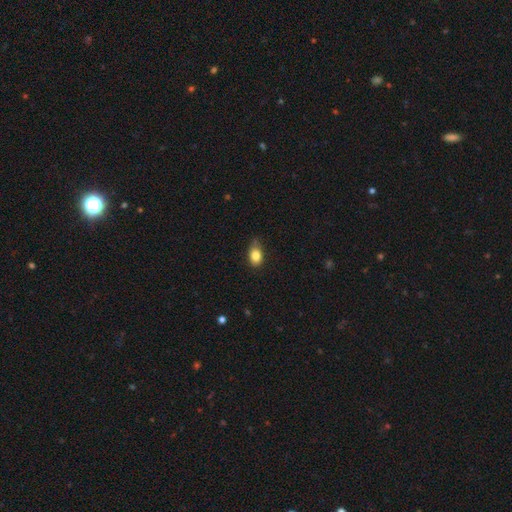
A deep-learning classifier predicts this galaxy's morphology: Overall: smooth (84%). How rounded: in between (82%). Merging: none (65%; minor disturbance 29%).